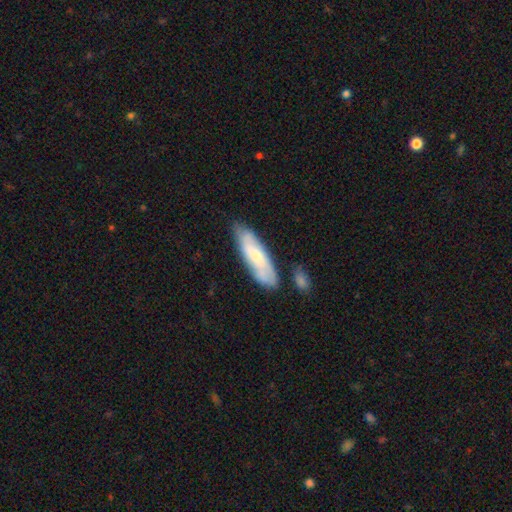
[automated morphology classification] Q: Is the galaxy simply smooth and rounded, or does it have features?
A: smooth — 52%.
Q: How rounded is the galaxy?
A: cigar-shaped — 62%.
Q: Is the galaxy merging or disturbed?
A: none — 75%.